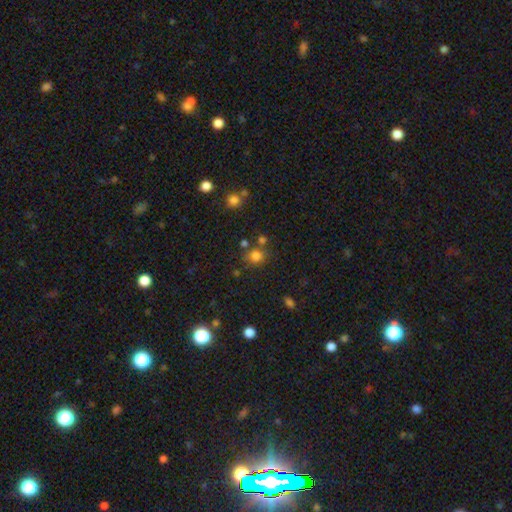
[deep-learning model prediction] Smooth or featured? Predicted: smooth (p=0.76). How rounded? Predicted: round (p=0.81). Merging? Predicted: none (p=0.67).